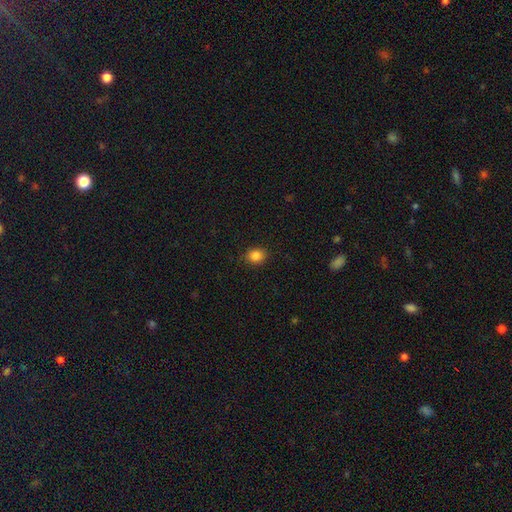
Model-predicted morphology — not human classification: Q: Smooth or featured?
A: smooth (85%); runner-up: star or artifact (11%)
Q: How rounded?
A: round (61%); runner-up: in between (38%)
Q: Merging?
A: none (88%); runner-up: minor disturbance (9%)